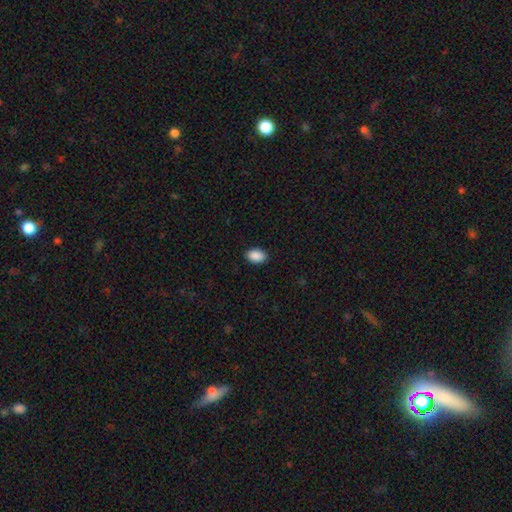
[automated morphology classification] Smooth or featured: smooth — 90% (star or artifact — 7%)
How rounded: in between — 88% (round — 11%)
Merging: none — 89% (minor disturbance — 8%)